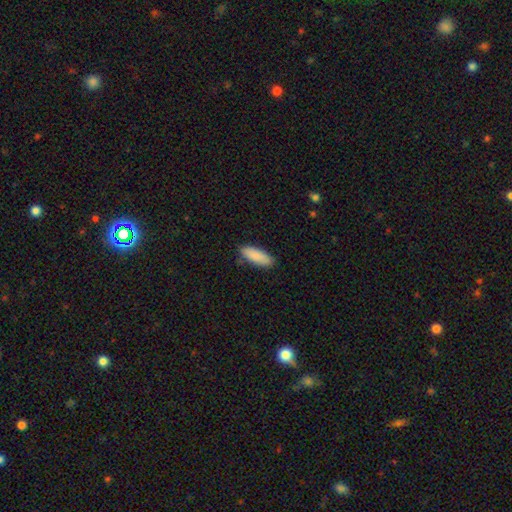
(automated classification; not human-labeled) Morphology: type=smooth (89%); roundness=in between (62%); merging=none (83%).